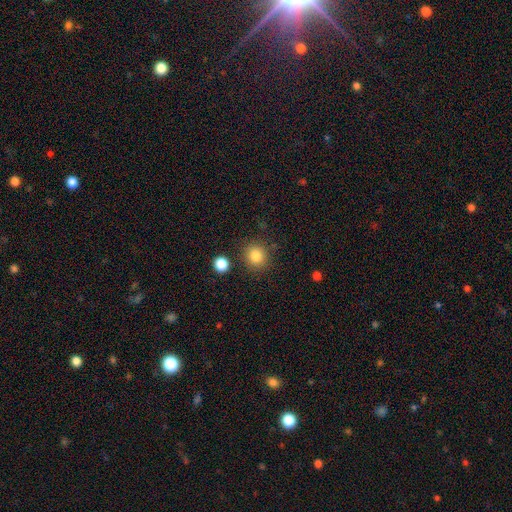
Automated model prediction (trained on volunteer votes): smooth_or_featured: smooth (p=0.83) [alt: star or artifact p=0.11]
how_rounded: round (p=0.89) [alt: in between p=0.10]
merging: none (p=0.85) [alt: minor disturbance p=0.08]